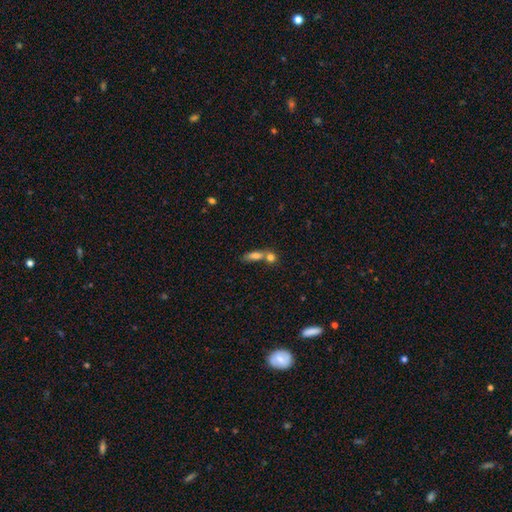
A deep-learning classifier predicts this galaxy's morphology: Smooth or featured?
  - smooth: 77% *
  - featured or disk: 13%
  - star or artifact: 10%
How rounded?
  - in between: 57% *
  - cigar-shaped: 32%
  - round: 10%
Merging?
  - merger: 52% *
  - none: 35%
  - minor disturbance: 8%
  - major disturbance: 4%